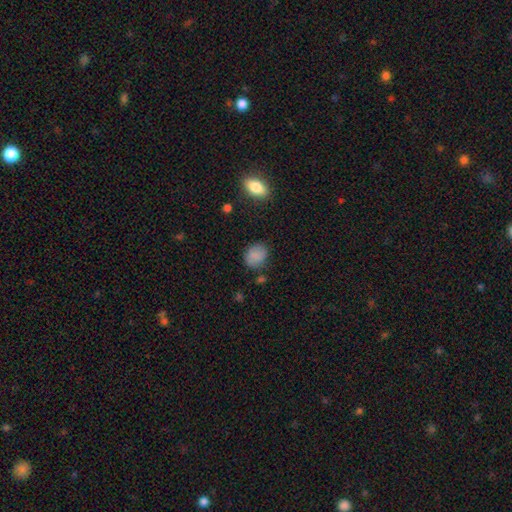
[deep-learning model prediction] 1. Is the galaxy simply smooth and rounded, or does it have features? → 84% smooth, 9% star or artifact, 6% featured or disk.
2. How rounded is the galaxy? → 54% round, 45% in between, 1% cigar-shaped.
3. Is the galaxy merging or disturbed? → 76% none, 16% minor disturbance, 4% major disturbance, 3% merger.